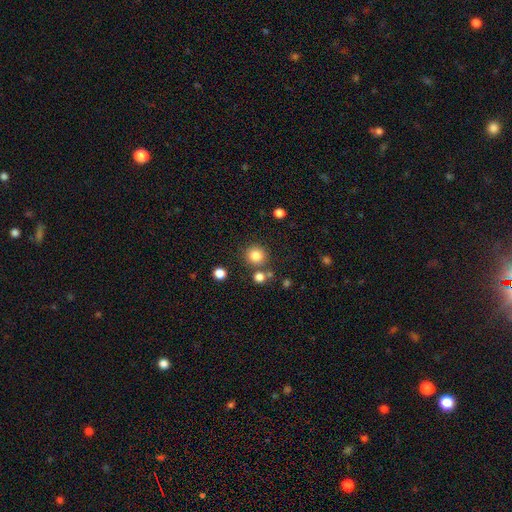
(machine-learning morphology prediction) A smooth galaxy with no disk features (83%) that is round (92%).

Vote fractions:
- Smooth or featured? smooth: 83% / star or artifact: 12% / featured or disk: 5%
- How rounded? round: 92% / in between: 7% / cigar-shaped: 1%
- Merging? none: 80% / merger: 9% / minor disturbance: 8% / major disturbance: 3%